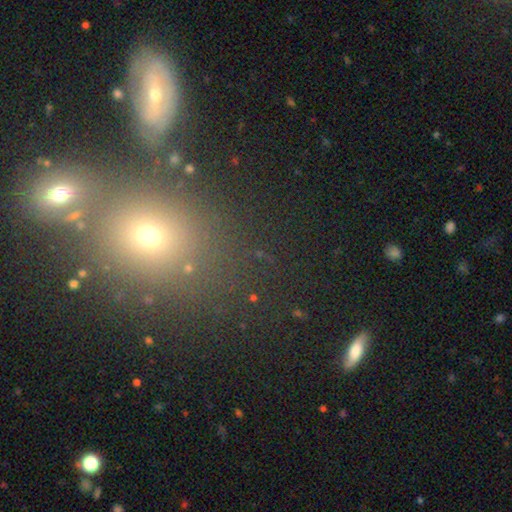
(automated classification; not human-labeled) smooth 51%, star or artifact 35%, featured or disk 14%. Down the decision tree: how rounded — round (58%); merging — none (66%).